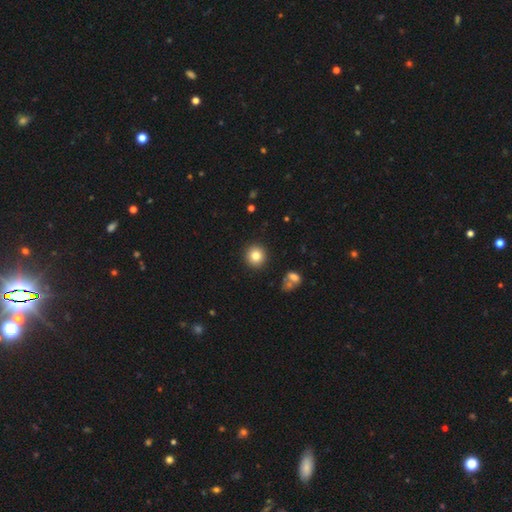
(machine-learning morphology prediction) The model was most divided on "smooth or featured": smooth: 82%, star or artifact: 11%, featured or disk: 8%. More confident: how rounded — round (93%); merging — none (91%).